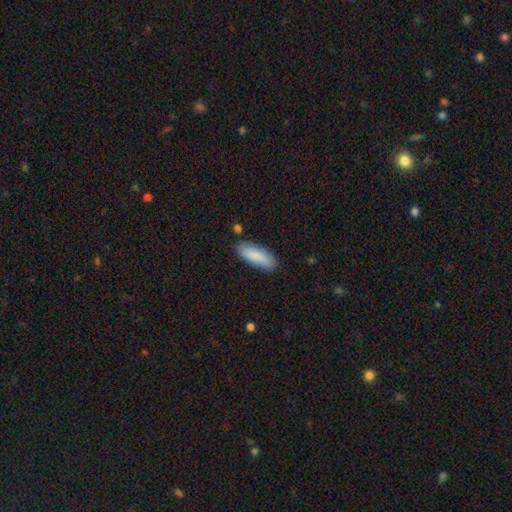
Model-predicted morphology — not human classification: This appears to be a smooth galaxy with no disk features (86%) that is in between round and cigar-shaped (66%). Merging: none (84%).